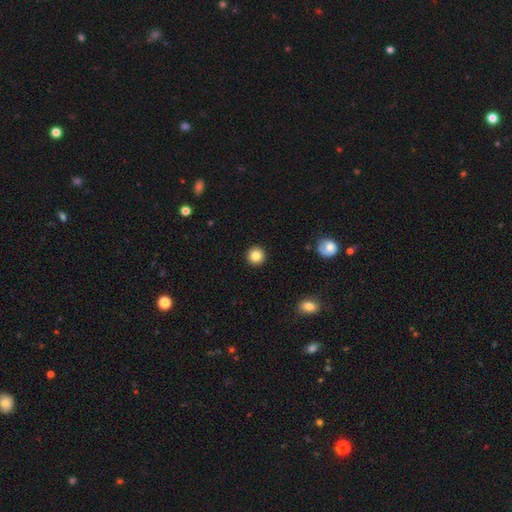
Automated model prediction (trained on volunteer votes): Q: Smooth or featured?
A: smooth (84%); runner-up: star or artifact (10%)
Q: How rounded?
A: round (95%); runner-up: in between (4%)
Q: Merging?
A: none (93%); runner-up: minor disturbance (4%)